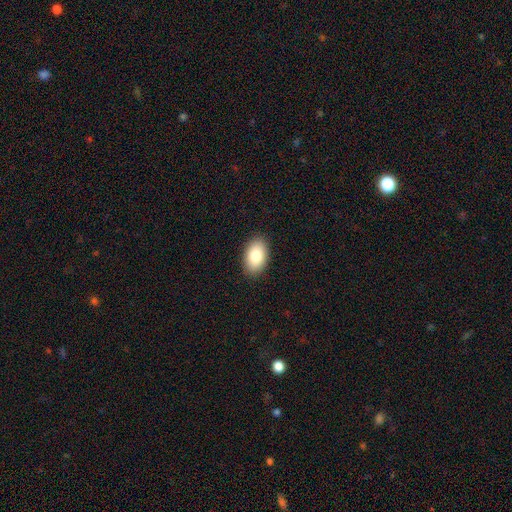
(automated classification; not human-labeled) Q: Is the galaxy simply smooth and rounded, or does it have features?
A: smooth — 85%.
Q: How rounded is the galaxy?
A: in between — 93%.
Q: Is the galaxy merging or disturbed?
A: none — 89%.